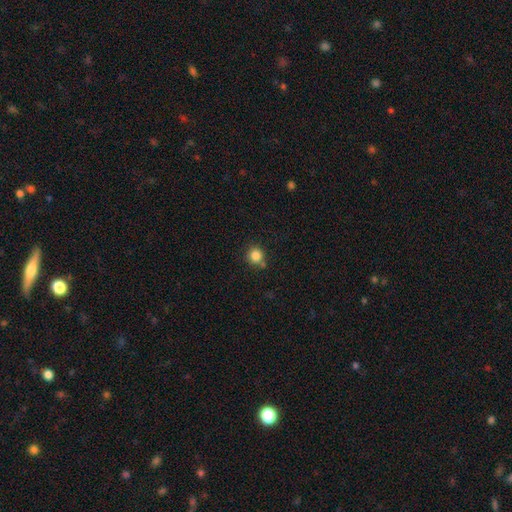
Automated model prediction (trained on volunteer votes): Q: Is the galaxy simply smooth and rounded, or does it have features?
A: smooth — 84%.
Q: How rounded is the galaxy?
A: round — 92%.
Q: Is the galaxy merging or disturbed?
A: none — 74%.